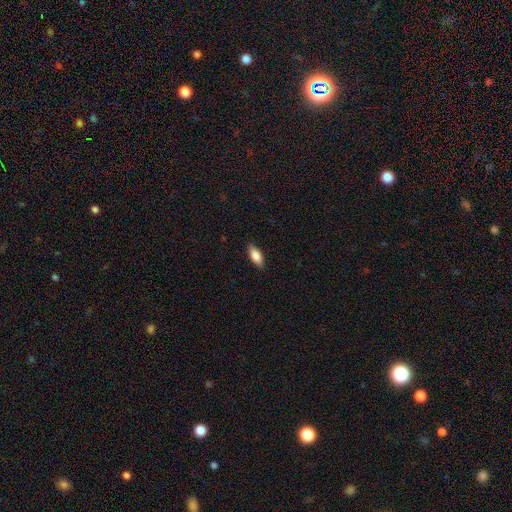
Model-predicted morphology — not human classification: The model was most divided on "how rounded": in between: 83%, cigar-shaped: 15%, round: 2%. More confident: merging — none (87%); smooth or featured — smooth (85%).